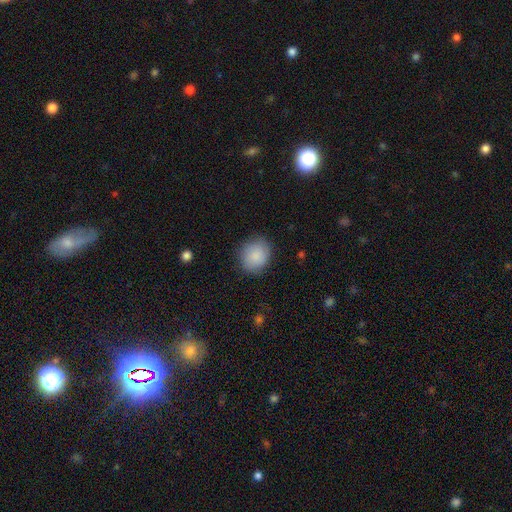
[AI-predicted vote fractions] A smooth galaxy with no disk features (87%) that is round (76%). Merging: none (84%).